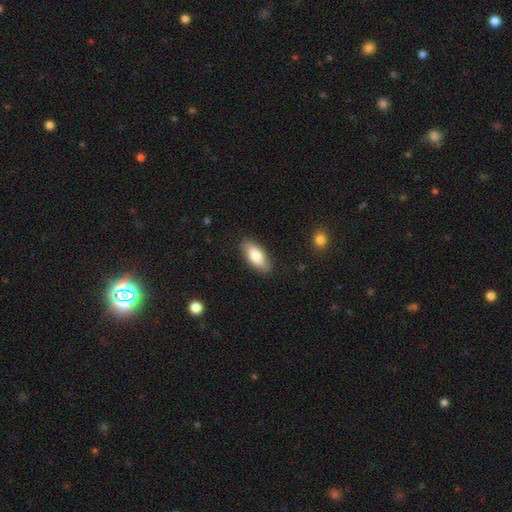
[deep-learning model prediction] This appears to be a smooth galaxy with no disk features (78%) that is in between round and cigar-shaped (83%). Merging: none (86%).